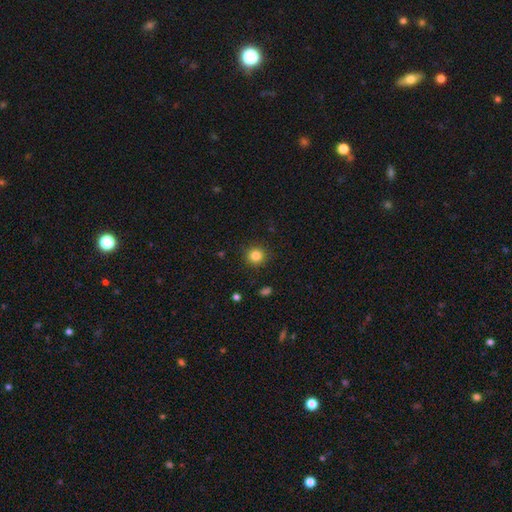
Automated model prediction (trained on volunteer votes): The model was most divided on "smooth or featured": smooth: 83%, star or artifact: 12%, featured or disk: 5%. More confident: how rounded — round (93%); merging — none (91%).